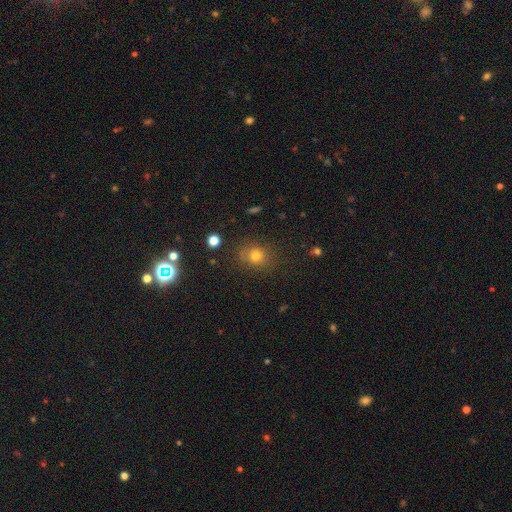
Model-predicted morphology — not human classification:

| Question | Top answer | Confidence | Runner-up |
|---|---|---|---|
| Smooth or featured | smooth | 74% | star or artifact (17%) |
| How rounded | round | 75% | in between (24%) |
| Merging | none | 80% | minor disturbance (13%) |